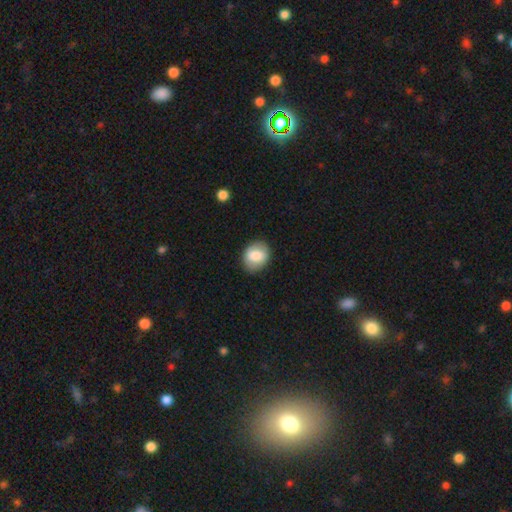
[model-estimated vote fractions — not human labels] This appears to be a smooth galaxy with no disk features (81%) that is in between round and cigar-shaped (56%). Merging: none (86%).